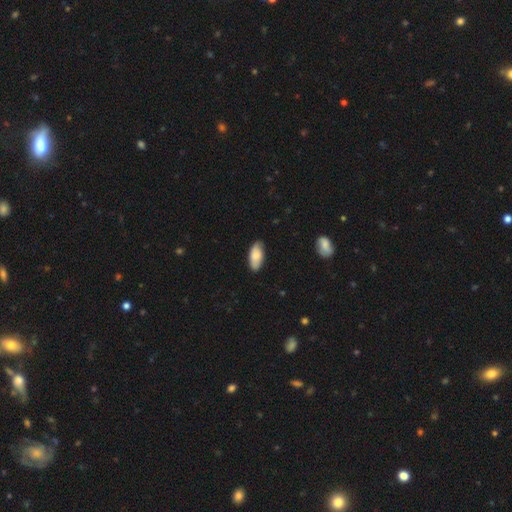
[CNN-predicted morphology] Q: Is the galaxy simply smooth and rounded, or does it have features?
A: smooth — 79%.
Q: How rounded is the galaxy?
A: in between — 89%.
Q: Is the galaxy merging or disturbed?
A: none — 81%.